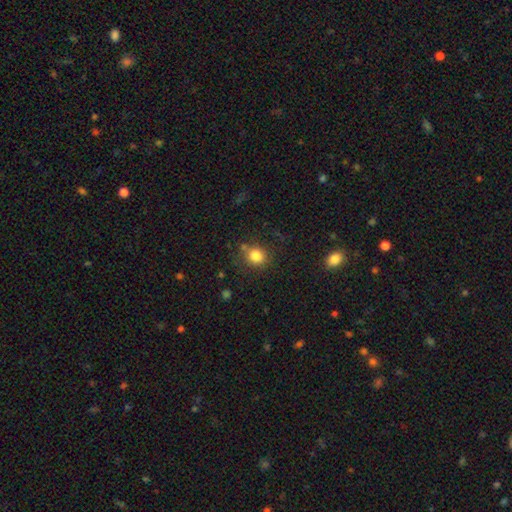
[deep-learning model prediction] Smooth or featured: smooth — 82% (star or artifact — 12%)
How rounded: round — 79% (in between — 20%)
Merging: none — 75% (minor disturbance — 15%)